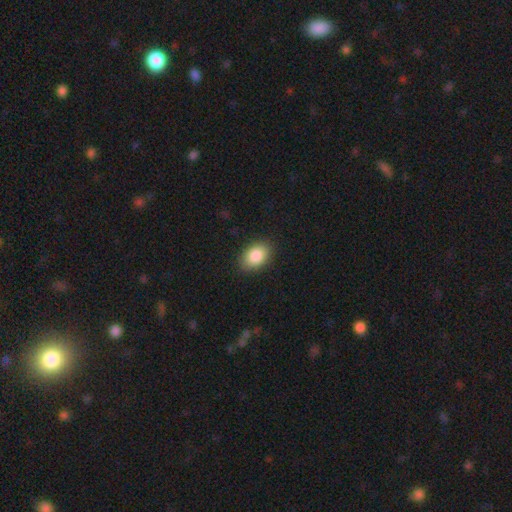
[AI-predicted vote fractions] Morphology: type=smooth (88%); roundness=in between (86%); merging=none (87%).